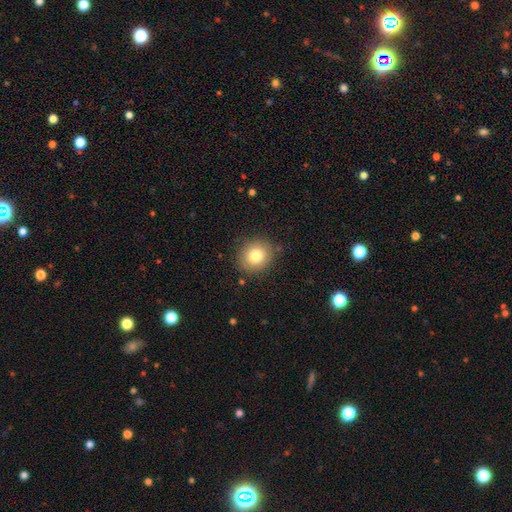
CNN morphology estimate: A smooth galaxy with no disk features (80%) that is round (82%).

Vote fractions:
- Smooth or featured? smooth: 80% / star or artifact: 10% / featured or disk: 10%
- How rounded? round: 82% / in between: 17% / cigar-shaped: 1%
- Merging? none: 86% / minor disturbance: 10% / major disturbance: 3% / merger: 2%